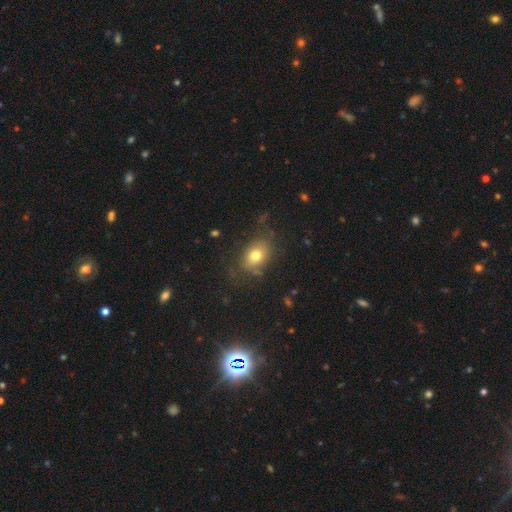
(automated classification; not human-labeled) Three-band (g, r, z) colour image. It shows a smooth galaxy with no disk features (73%) that is in between round and cigar-shaped (72%). Merging: none (69%).